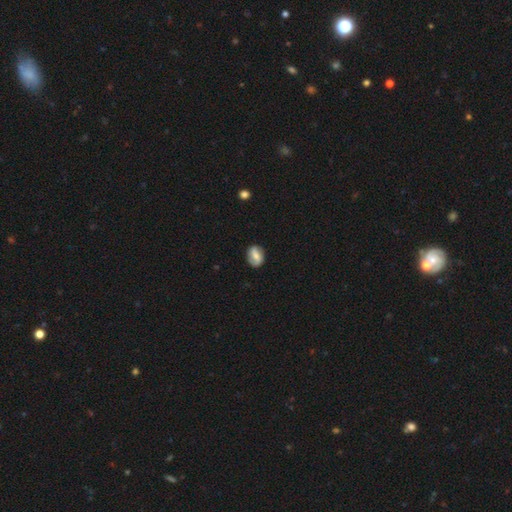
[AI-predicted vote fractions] Smooth or featured?
  - featured or disk: 50% *
  - smooth: 42%
  - star or artifact: 7%
Edge-on disk?
  - no: 95% *
  - yes: 5%
Merging?
  - none: 82% *
  - minor disturbance: 13%
  - major disturbance: 3%
  - merger: 1%